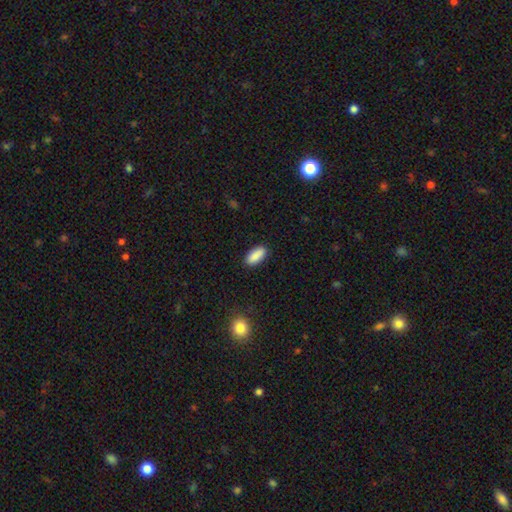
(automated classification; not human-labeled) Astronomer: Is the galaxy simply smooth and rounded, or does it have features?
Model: smooth — 89%.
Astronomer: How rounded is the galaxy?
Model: in between — 83%.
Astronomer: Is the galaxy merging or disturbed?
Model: none — 89%.